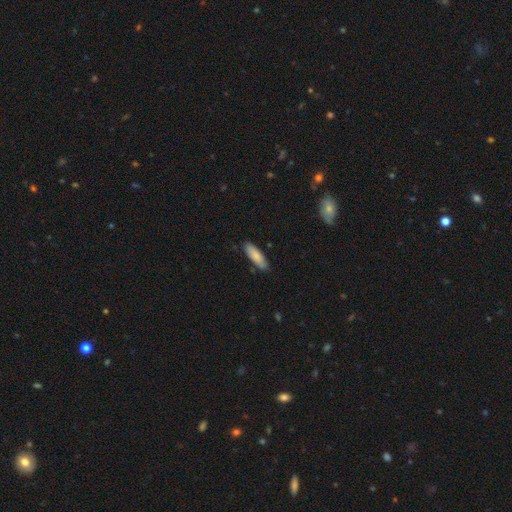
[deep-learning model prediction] Morphology: type=smooth (84%); roundness=in between (52%); merging=none (83%).